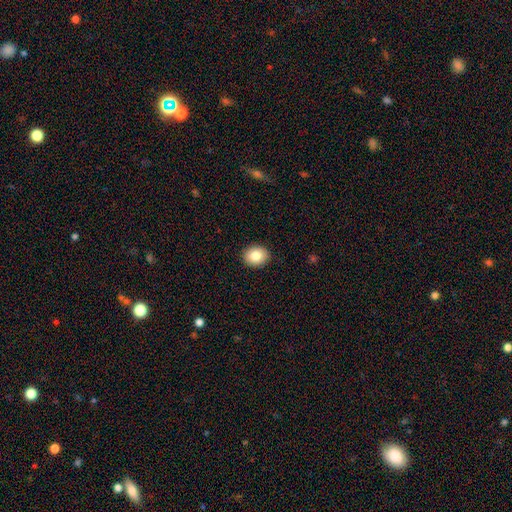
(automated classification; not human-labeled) Smooth or featured? Predicted: smooth (p=0.84). How rounded? Predicted: round (p=0.59). Merging? Predicted: none (p=0.91).